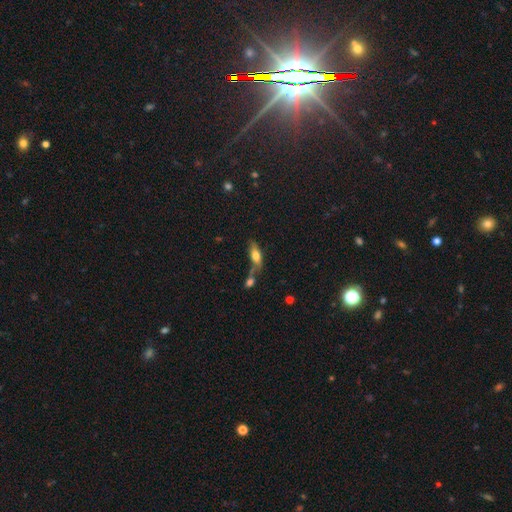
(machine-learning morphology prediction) Smooth or featured?
  - smooth: 62% *
  - featured or disk: 29%
  - star or artifact: 9%
How rounded?
  - in between: 66% *
  - cigar-shaped: 30%
  - round: 3%
Merging?
  - none: 50% *
  - merger: 27%
  - minor disturbance: 16%
  - major disturbance: 7%